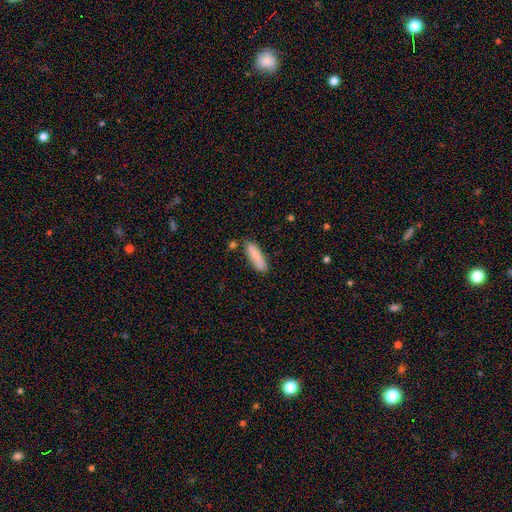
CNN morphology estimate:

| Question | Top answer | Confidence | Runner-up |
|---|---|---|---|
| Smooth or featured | smooth | 85% | featured or disk (9%) |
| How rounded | cigar-shaped | 60% | in between (39%) |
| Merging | none | 77% | minor disturbance (15%) |